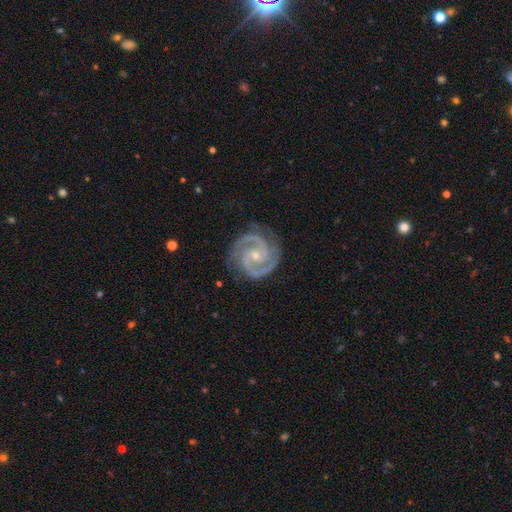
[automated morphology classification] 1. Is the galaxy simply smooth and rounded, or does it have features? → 94% featured or disk, 4% star or artifact, 2% smooth.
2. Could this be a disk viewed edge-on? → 98% no, 2% yes.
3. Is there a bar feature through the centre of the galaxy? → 54% no, 33% weak, 13% strong.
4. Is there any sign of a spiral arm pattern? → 99% yes, 1% no.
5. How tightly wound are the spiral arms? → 52% tight, 44% medium, 4% loose.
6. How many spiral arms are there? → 86% 2, 9% 3, 2% can't tell, 1% 4, 1% 1, 1% more than 4.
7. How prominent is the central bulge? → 66% small, 31% moderate, 1% none, 1% large, 1% dominant.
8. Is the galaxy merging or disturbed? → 82% none, 14% minor disturbance, 3% major disturbance, 1% merger.